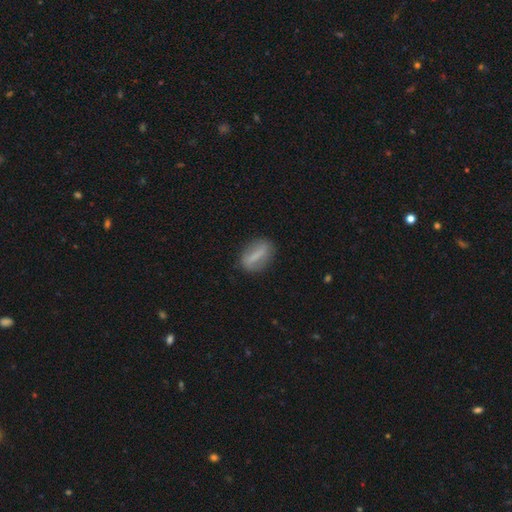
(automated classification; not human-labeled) This appears to be a smooth galaxy with no disk features (58%) that is in between round and cigar-shaped (66%). Merging: none (82%).